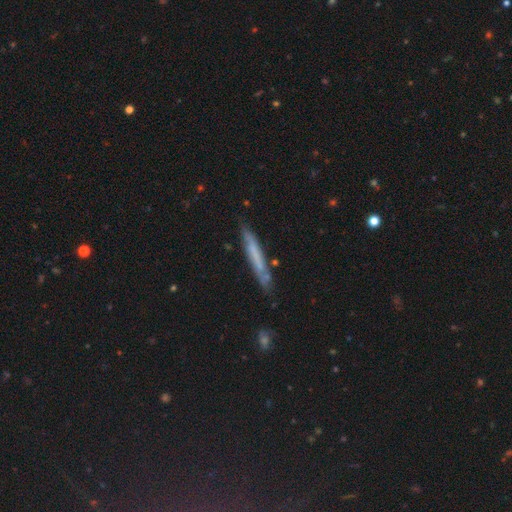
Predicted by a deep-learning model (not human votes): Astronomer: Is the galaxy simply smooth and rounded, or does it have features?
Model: smooth — 51% (runner-up: featured or disk, 42%).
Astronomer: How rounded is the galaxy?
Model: cigar-shaped — 95%.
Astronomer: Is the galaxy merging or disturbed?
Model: none — 79%.